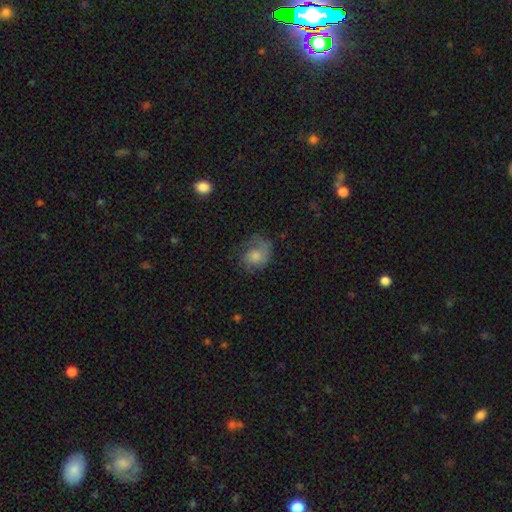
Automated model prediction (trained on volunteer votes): A featured or disk galaxy (46%). Merging: none (56%).